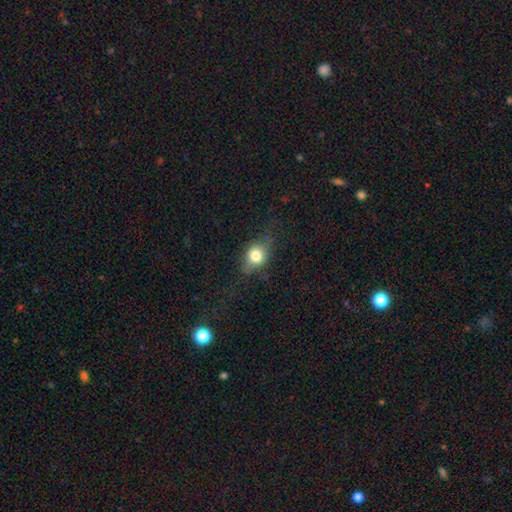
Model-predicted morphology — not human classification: A smooth galaxy with no disk features (72%) that is in between round and cigar-shaped (53%). Merging: none (65%).